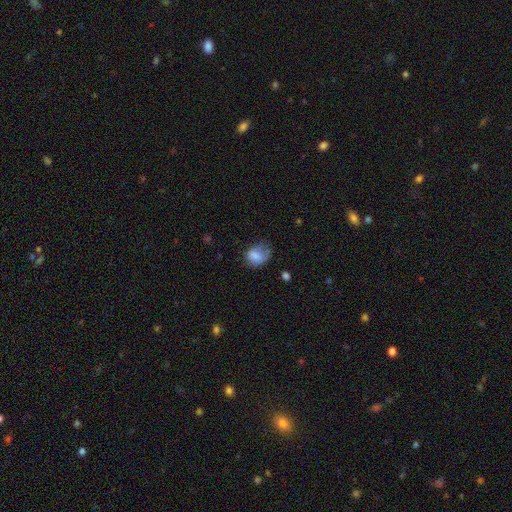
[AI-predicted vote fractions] The model was most divided on "merging": none: 35%, minor disturbance: 33%, major disturbance: 30%, merger: 2%. More confident: smooth or featured — smooth (75%); how rounded — in between (54%).